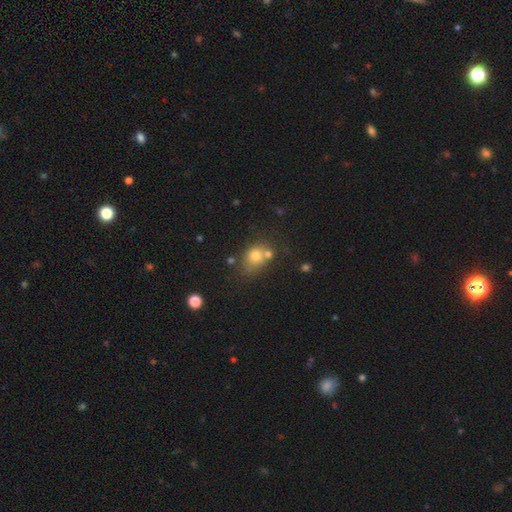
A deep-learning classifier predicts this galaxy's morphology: smooth-or-featured: smooth: 73% | featured or disk: 14% | star or artifact: 13%
  how-rounded: round: 53% | in between: 46% | cigar-shaped: 1%
  merging: none: 50% | merger: 27% | minor disturbance: 16% | major disturbance: 6%